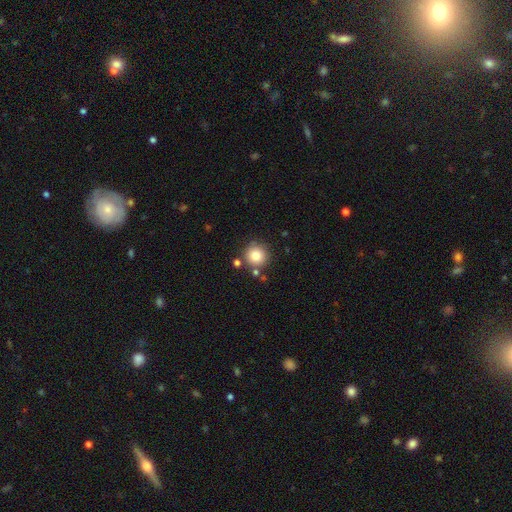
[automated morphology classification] Smooth or featured?
  - smooth: 82% *
  - star or artifact: 11%
  - featured or disk: 8%
How rounded?
  - round: 93% *
  - in between: 6%
  - cigar-shaped: 1%
Merging?
  - none: 79% *
  - minor disturbance: 10%
  - merger: 8%
  - major disturbance: 3%